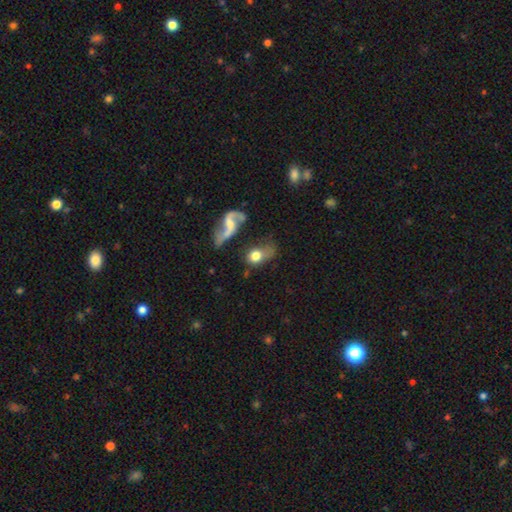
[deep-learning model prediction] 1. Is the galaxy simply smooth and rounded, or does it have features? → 59% smooth, 32% featured or disk, 9% star or artifact.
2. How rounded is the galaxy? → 54% in between, 42% round, 3% cigar-shaped.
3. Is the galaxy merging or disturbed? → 37% none, 22% major disturbance, 21% minor disturbance, 20% merger.